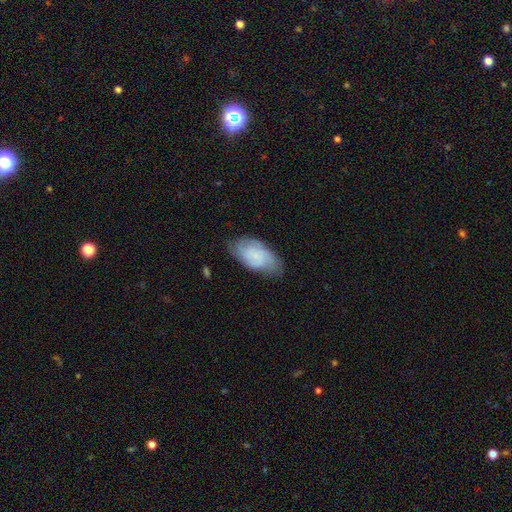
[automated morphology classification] A featured or disk galaxy (47%).

Vote fractions:
- Smooth or featured? featured or disk: 47% / smooth: 46% / star or artifact: 8%
- Merging? none: 67% / minor disturbance: 25% / major disturbance: 7% / merger: 1%